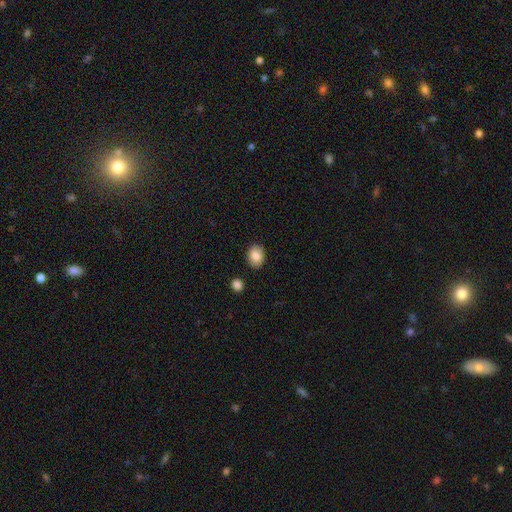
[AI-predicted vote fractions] Smooth or featured: smooth — 86% (star or artifact — 8%)
How rounded: in between — 57% (round — 42%)
Merging: none — 87% (minor disturbance — 9%)